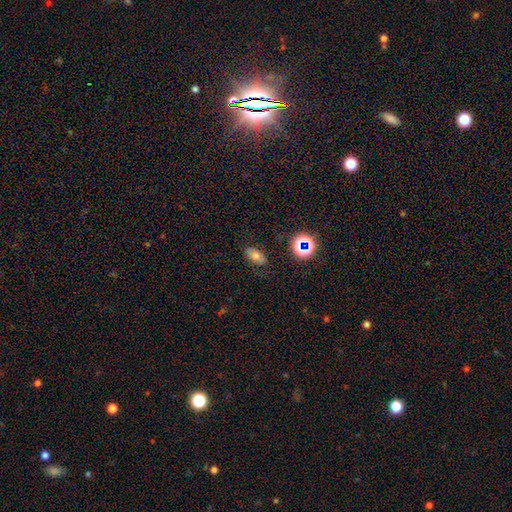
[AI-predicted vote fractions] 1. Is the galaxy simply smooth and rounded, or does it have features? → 67% smooth, 18% star or artifact, 15% featured or disk.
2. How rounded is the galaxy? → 87% in between, 7% round, 6% cigar-shaped.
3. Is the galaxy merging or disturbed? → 82% none, 13% minor disturbance, 4% major disturbance, 2% merger.